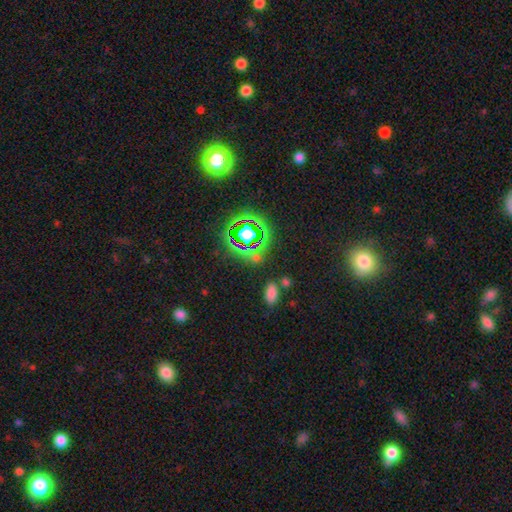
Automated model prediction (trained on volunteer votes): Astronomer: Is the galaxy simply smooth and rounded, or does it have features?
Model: star or artifact — 62%.